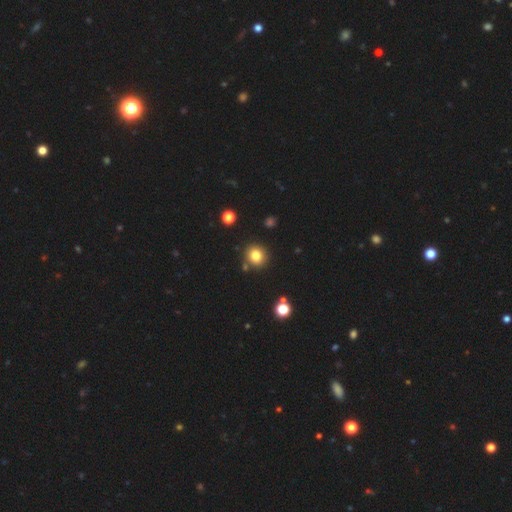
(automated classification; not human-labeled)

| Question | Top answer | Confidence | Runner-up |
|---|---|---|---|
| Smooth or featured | smooth | 81% | star or artifact (12%) |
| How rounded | round | 88% | in between (11%) |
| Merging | none | 84% | minor disturbance (8%) |